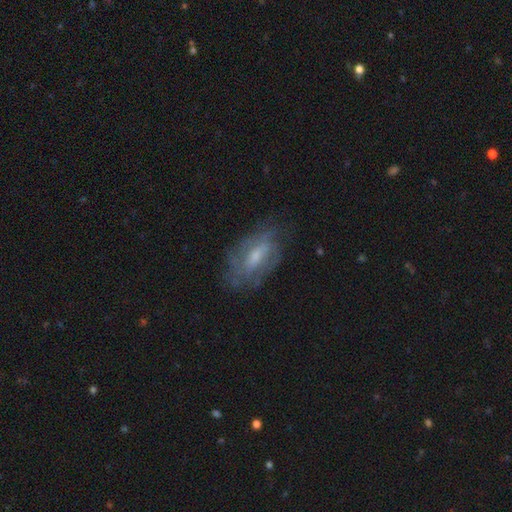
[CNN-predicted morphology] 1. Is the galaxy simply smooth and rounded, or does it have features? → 67% featured or disk, 25% smooth, 8% star or artifact.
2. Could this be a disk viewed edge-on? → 91% no, 9% yes.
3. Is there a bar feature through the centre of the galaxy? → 47% weak, 38% no, 15% strong.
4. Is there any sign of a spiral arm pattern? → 77% yes, 23% no.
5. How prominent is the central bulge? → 45% moderate, 43% small, 7% none, 4% large, 1% dominant.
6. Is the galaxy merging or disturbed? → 66% none, 21% minor disturbance, 11% major disturbance, 1% merger.